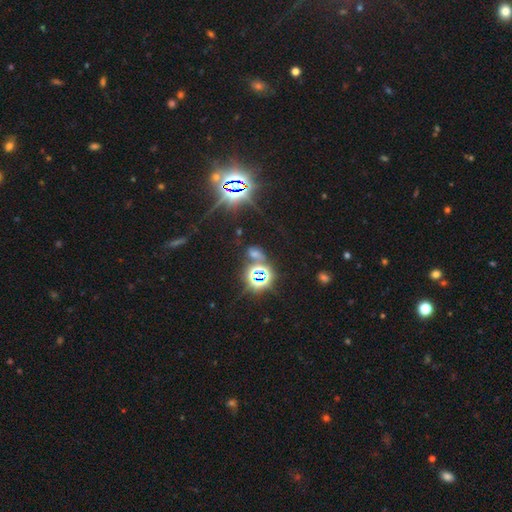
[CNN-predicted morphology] Smooth or featured: star or artifact — 80% (smooth — 11%)